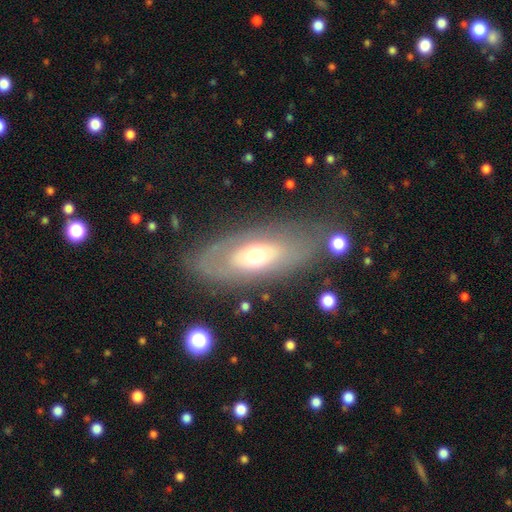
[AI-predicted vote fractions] This appears to be a featured or disk galaxy (56%). Merging: none (74%).